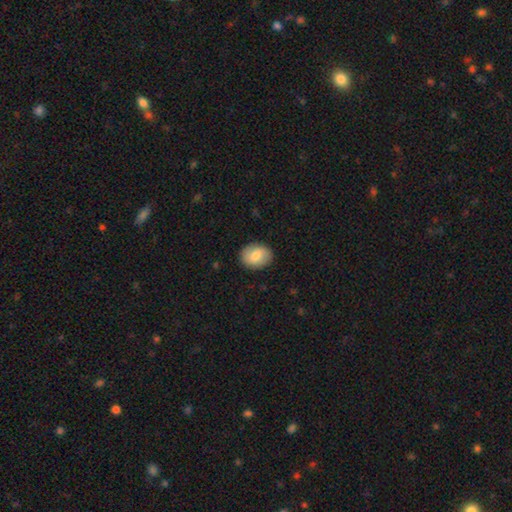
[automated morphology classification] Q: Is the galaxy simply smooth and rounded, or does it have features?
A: smooth — 73%.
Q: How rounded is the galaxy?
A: in between — 50%.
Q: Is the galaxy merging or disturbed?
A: none — 88%.